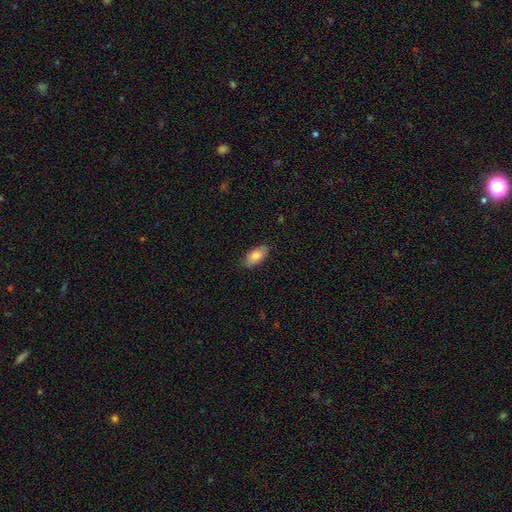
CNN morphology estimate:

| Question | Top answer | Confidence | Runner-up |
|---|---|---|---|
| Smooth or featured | smooth | 81% | featured or disk (12%) |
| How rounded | in between | 91% | cigar-shaped (6%) |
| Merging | none | 85% | minor disturbance (12%) |